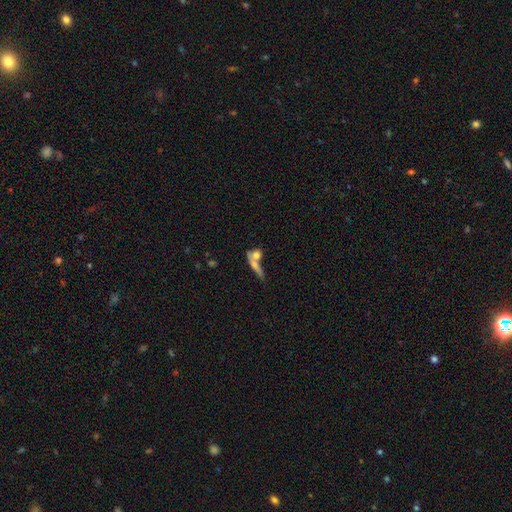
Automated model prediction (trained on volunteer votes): Q: Smooth or featured?
A: smooth (62%); runner-up: featured or disk (28%)
Q: How rounded?
A: cigar-shaped (39%); runner-up: in between (31%)
Q: Merging?
A: merger (43%); runner-up: none (39%)